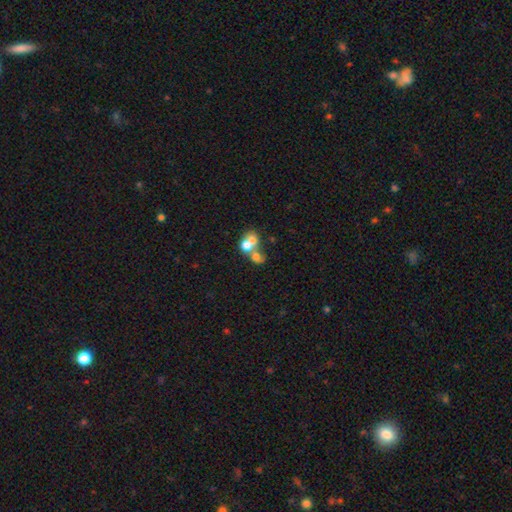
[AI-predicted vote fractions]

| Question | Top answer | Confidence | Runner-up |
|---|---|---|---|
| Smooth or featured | smooth | 56% | featured or disk (28%) |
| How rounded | round | 58% | in between (41%) |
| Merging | merger | 65% | none (24%) |